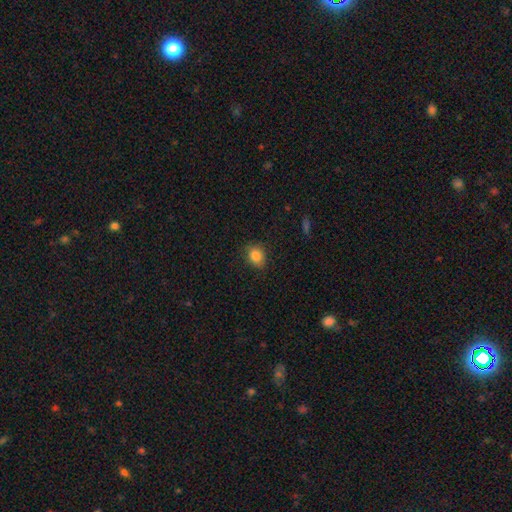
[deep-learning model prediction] Smooth or featured?
  - smooth: 84% *
  - star or artifact: 10%
  - featured or disk: 6%
How rounded?
  - round: 56% *
  - in between: 43%
  - cigar-shaped: 1%
Merging?
  - none: 82% *
  - minor disturbance: 14%
  - major disturbance: 3%
  - merger: 1%